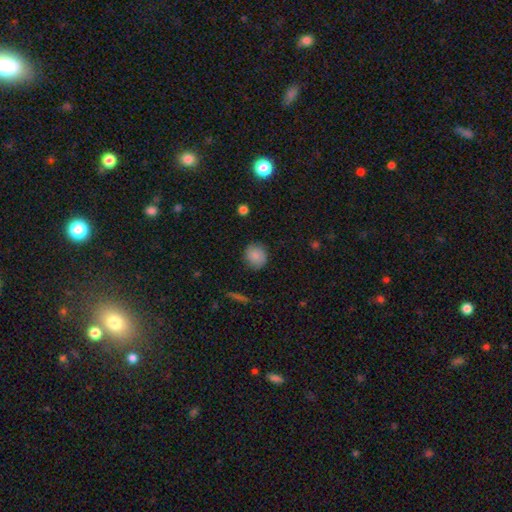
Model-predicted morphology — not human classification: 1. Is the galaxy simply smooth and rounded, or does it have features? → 84% smooth, 8% star or artifact, 7% featured or disk.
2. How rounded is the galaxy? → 86% round, 13% in between, 1% cigar-shaped.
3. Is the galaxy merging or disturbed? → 83% none, 13% minor disturbance, 3% major disturbance, 1% merger.